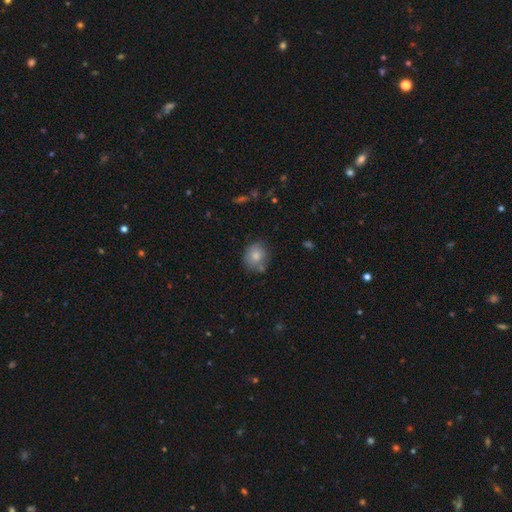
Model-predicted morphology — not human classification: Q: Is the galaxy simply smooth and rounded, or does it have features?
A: smooth — 80%.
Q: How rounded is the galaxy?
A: round — 73%.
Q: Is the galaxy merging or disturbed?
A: none — 69%.